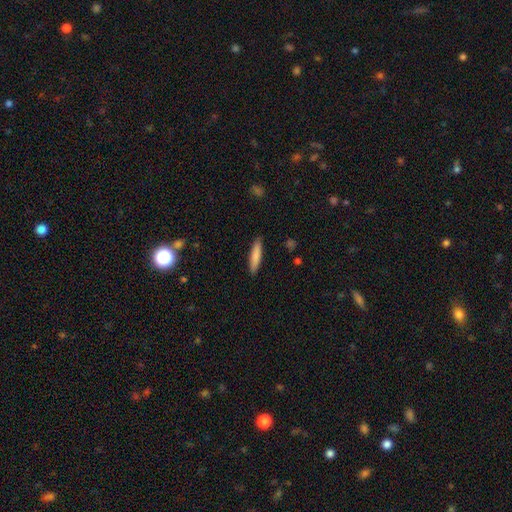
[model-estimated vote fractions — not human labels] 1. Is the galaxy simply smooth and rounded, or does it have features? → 81% smooth, 13% featured or disk, 6% star or artifact.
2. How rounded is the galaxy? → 86% cigar-shaped, 13% in between, 1% round.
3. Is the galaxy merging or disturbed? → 89% none, 8% minor disturbance, 2% major disturbance, 1% merger.